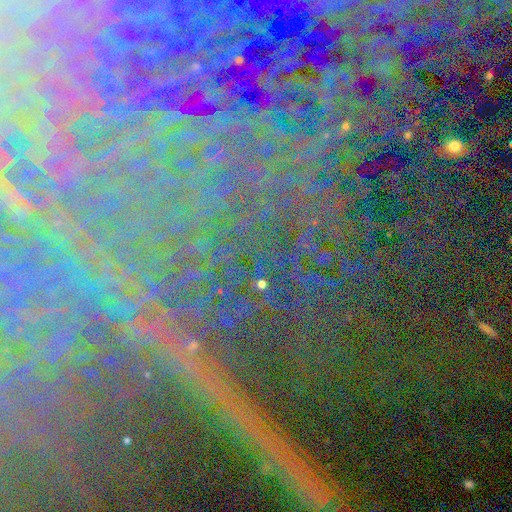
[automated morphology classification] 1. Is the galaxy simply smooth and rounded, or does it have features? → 84% star or artifact, 9% featured or disk, 7% smooth.